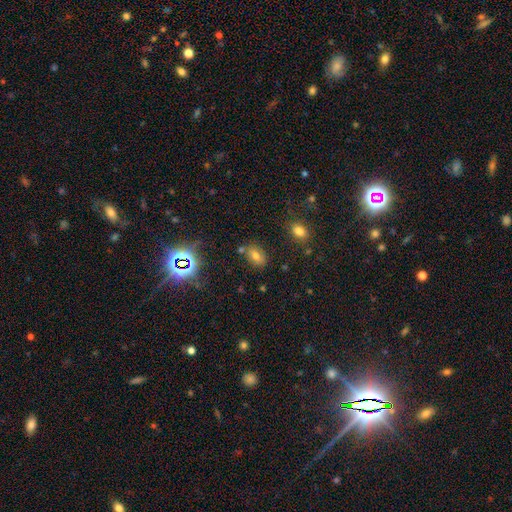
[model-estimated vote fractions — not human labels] This is likely a smooth galaxy (63%). How rounded: clearly in between (82%). Merging: likely none (74%).